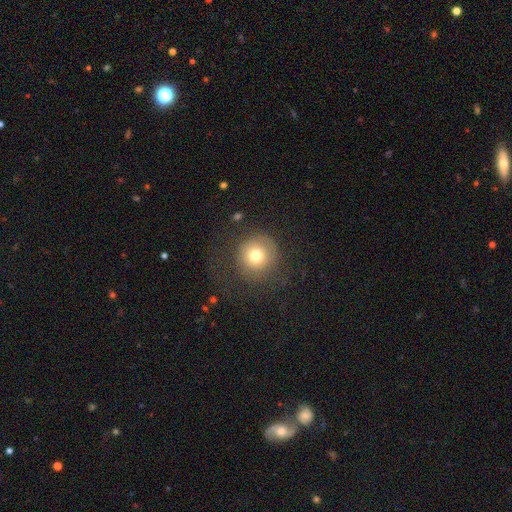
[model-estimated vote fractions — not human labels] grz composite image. It shows a smooth galaxy with no disk features (72%) that is round (94%). Merging: none (70%).